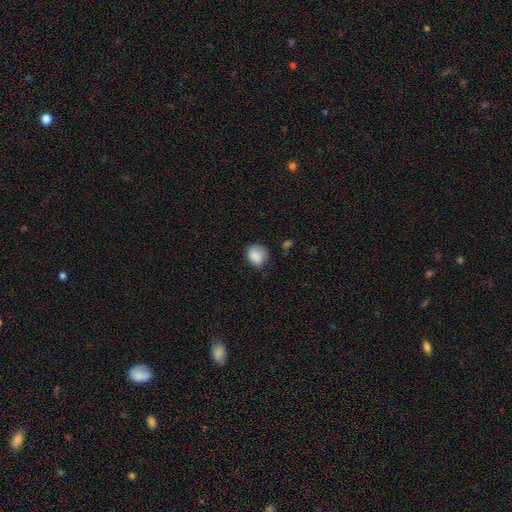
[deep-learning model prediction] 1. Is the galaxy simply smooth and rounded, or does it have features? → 86% smooth, 8% star or artifact, 6% featured or disk.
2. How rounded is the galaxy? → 76% round, 24% in between, 1% cigar-shaped.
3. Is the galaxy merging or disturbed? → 66% none, 26% minor disturbance, 6% major disturbance, 2% merger.